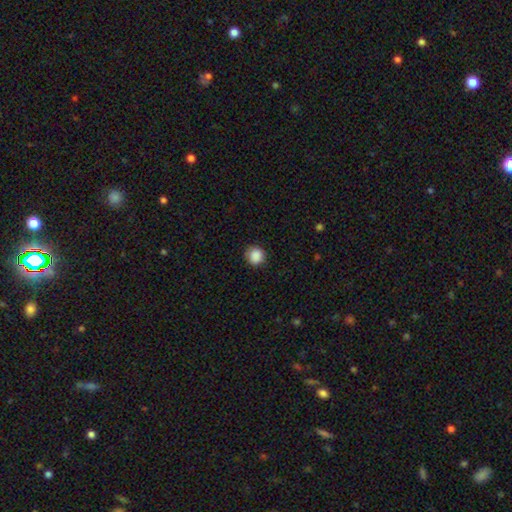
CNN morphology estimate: Smooth or featured: smooth — 88% (star or artifact — 9%)
How rounded: round — 92% (in between — 7%)
Merging: none — 86% (minor disturbance — 10%)